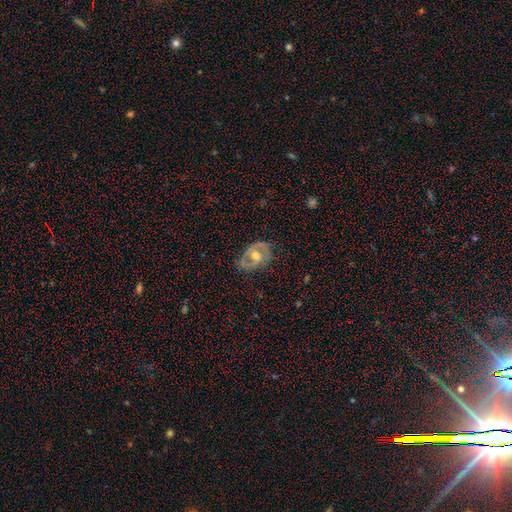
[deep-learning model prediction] Smooth or featured?
  - featured or disk: 70% *
  - smooth: 24%
  - star or artifact: 6%
Edge-on disk?
  - no: 95% *
  - yes: 5%
Bar?
  - no: 52% *
  - weak: 35%
  - strong: 13%
Spiral arms?
  - yes: 65% *
  - no: 35%
Bulge size?
  - moderate: 75% *
  - large: 12%
  - small: 11%
  - none: 1%
  - dominant: 1%
Merging?
  - none: 74% *
  - minor disturbance: 19%
  - major disturbance: 6%
  - merger: 1%